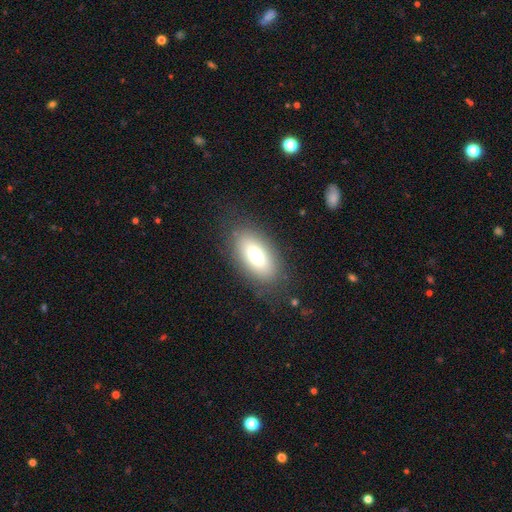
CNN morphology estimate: A smooth galaxy with no disk features (75%) that is in between round and cigar-shaped (90%). Merging: none (81%).